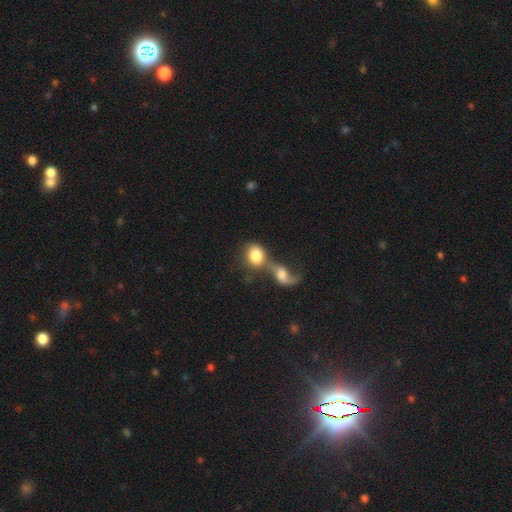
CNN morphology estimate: A smooth galaxy with no disk features (76%) that is in between round and cigar-shaped (54%).

Vote fractions:
- Smooth or featured? smooth: 76% / featured or disk: 17% / star or artifact: 7%
- How rounded? in between: 54% / round: 44% / cigar-shaped: 2%
- Merging? merger: 64% / none: 21% / major disturbance: 8% / minor disturbance: 7%